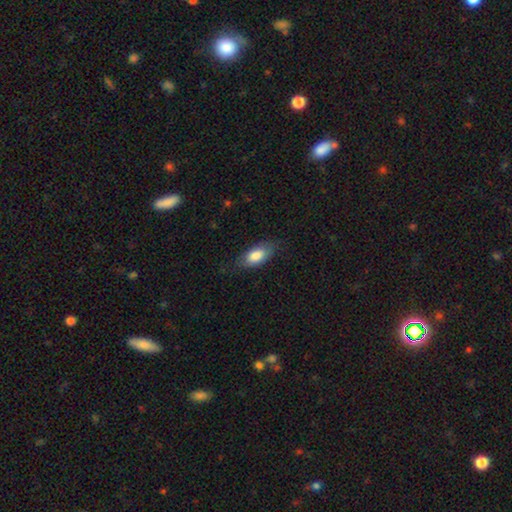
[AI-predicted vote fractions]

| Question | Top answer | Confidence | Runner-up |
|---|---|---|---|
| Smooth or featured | smooth | 80% | featured or disk (14%) |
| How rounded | in between | 89% | cigar-shaped (8%) |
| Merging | none | 75% | minor disturbance (19%) |